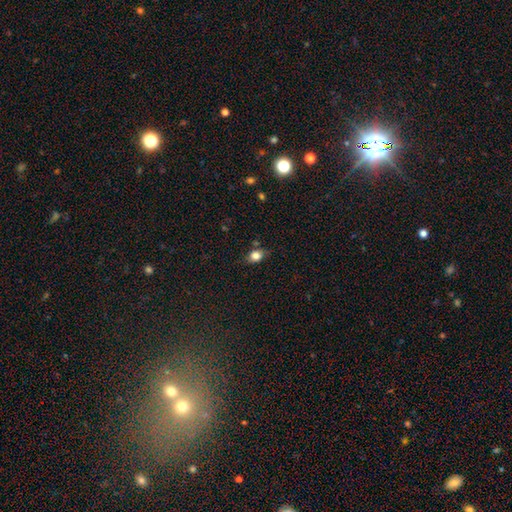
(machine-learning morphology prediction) smooth 81%, star or artifact 11%, featured or disk 8%. Down the decision tree: how rounded — in between (65%); merging — none (74%).